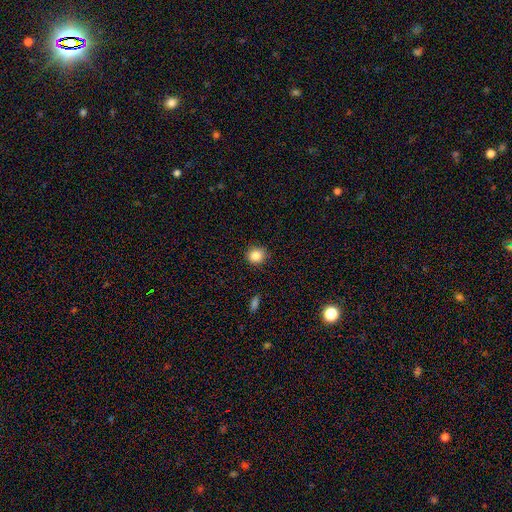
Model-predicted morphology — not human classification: Q: Smooth or featured?
A: smooth (86%); runner-up: star or artifact (10%)
Q: How rounded?
A: round (84%); runner-up: in between (15%)
Q: Merging?
A: none (86%); runner-up: minor disturbance (10%)